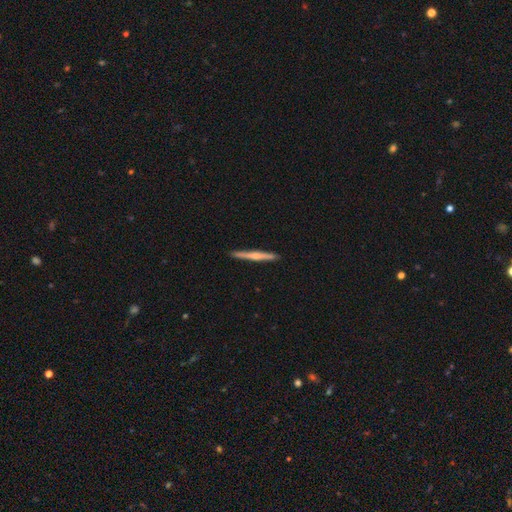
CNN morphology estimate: This appears to be a featured or disk galaxy (56%) viewed edge-on (98%) with a rounded central bulge (65%). Merging: none (92%).